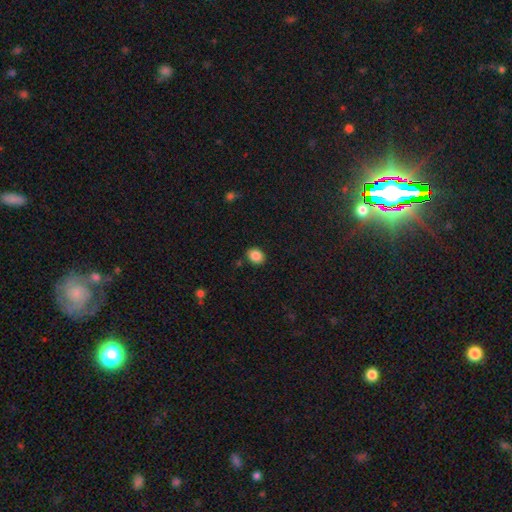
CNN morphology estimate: smooth_or_featured: smooth (p=0.87) [alt: star or artifact p=0.09]
how_rounded: in between (p=0.55) [alt: round p=0.44]
merging: none (p=0.86) [alt: minor disturbance p=0.09]